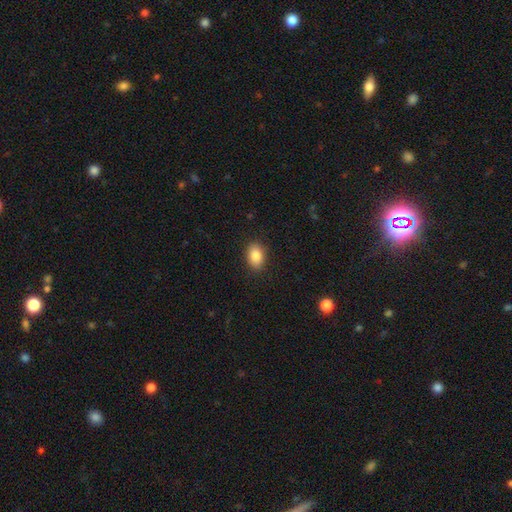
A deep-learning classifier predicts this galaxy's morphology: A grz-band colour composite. It shows a smooth galaxy with no disk features (86%) that is in between round and cigar-shaped (85%). Merging: none (88%).